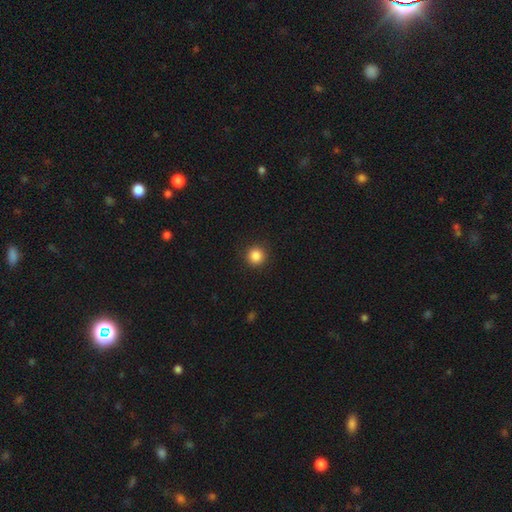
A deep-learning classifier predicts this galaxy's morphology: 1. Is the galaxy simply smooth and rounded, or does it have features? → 86% smooth, 11% star or artifact, 4% featured or disk.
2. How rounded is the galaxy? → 95% round, 4% in between, 1% cigar-shaped.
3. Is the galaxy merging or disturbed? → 92% none, 5% minor disturbance, 2% major disturbance, 1% merger.